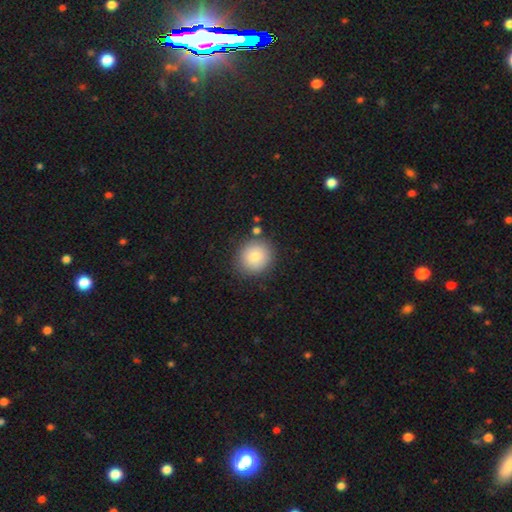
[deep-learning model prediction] The model was most divided on "smooth or featured": smooth: 81%, featured or disk: 10%, star or artifact: 9%. More confident: how rounded — round (87%); merging — none (83%).